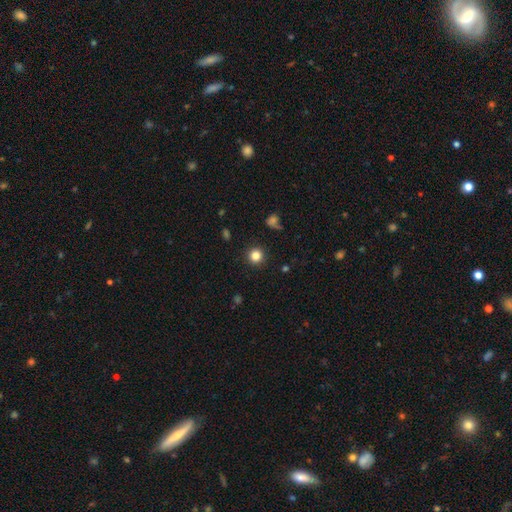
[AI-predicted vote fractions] This appears to be a smooth galaxy with no disk features (82%) that is round (95%). Merging: none (91%).